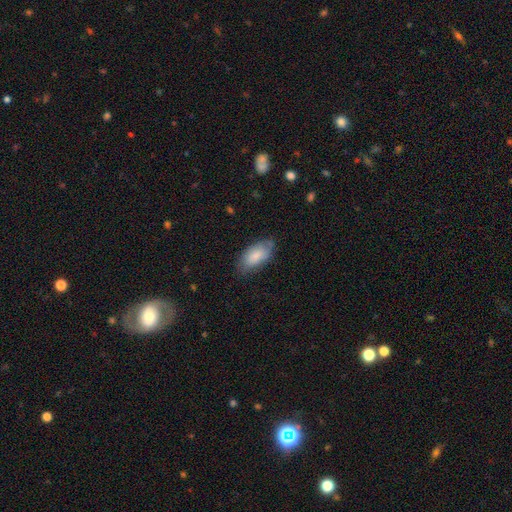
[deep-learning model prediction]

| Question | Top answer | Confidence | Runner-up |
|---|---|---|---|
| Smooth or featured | smooth | 80% | featured or disk (14%) |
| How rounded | in between | 92% | cigar-shaped (6%) |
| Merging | none | 70% | minor disturbance (24%) |